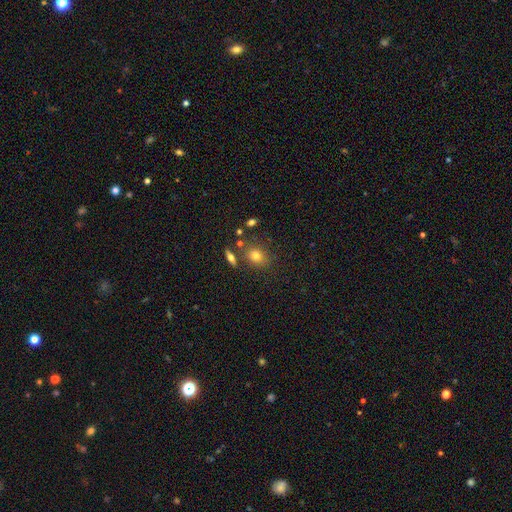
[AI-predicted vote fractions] A smooth galaxy with no disk features (76%) that is round (54%).

Vote fractions:
- Smooth or featured? smooth: 76% / star or artifact: 12% / featured or disk: 12%
- How rounded? round: 54% / in between: 44% / cigar-shaped: 2%
- Merging? none: 73% / minor disturbance: 13% / merger: 10% / major disturbance: 4%